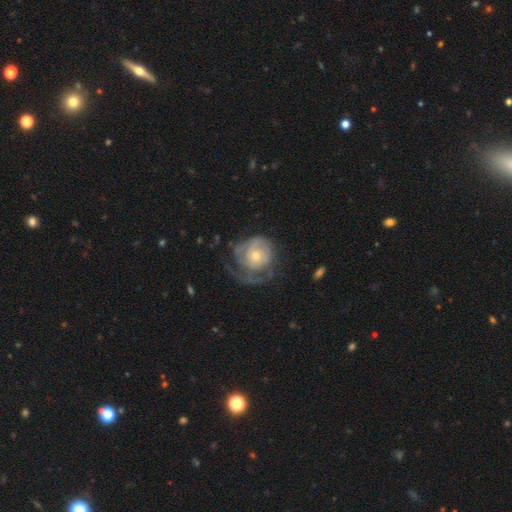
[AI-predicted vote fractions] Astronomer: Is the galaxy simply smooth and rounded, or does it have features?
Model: featured or disk — 70%.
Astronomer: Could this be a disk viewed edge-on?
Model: no — 97%.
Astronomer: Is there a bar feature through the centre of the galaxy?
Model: no — 82%.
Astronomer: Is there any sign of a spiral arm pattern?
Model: yes — 78%.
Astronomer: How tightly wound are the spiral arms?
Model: tight — 60%.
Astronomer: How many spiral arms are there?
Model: can't tell — 44% (runner-up: 2, 22%).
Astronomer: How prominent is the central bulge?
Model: small — 52% (runner-up: moderate, 42%).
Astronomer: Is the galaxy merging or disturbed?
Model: none — 46% (runner-up: major disturbance, 31%).